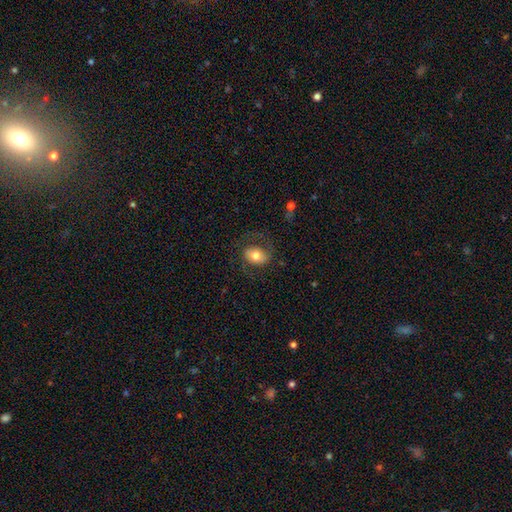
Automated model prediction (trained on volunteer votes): A smooth galaxy with no disk features (54%) that is in between round and cigar-shaped (68%). Merging: none (66%).